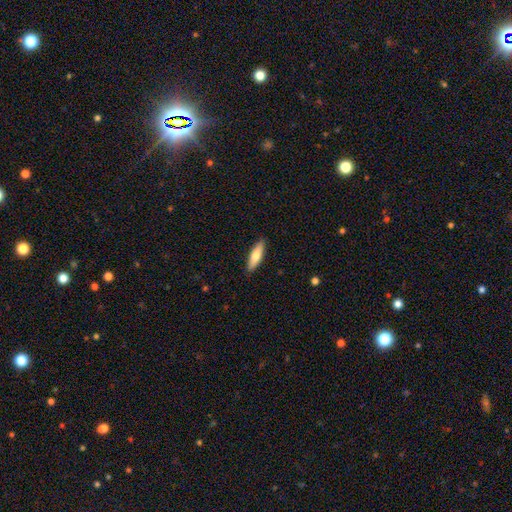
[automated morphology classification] Smooth or featured? Predicted: smooth (p=0.71). How rounded? Predicted: cigar-shaped (p=0.59). Merging? Predicted: none (p=0.90).